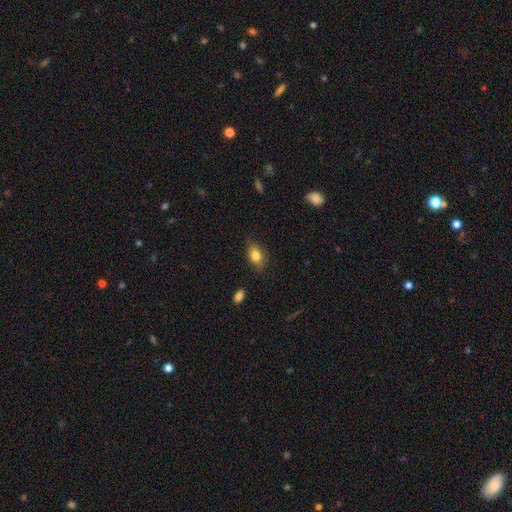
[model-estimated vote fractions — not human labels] Smooth or featured? smooth (81%)
How rounded? in between (81%)
Merging? none (83%)